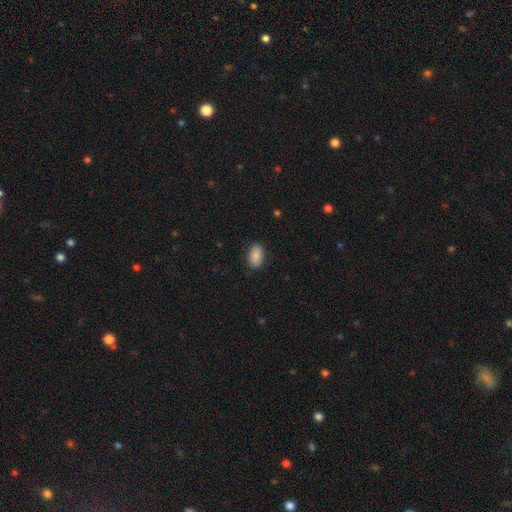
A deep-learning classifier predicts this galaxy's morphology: A smooth galaxy with no disk features (86%) that is in between round and cigar-shaped (91%).

Vote fractions:
- Smooth or featured? smooth: 86% / star or artifact: 7% / featured or disk: 6%
- How rounded? in between: 91% / round: 8% / cigar-shaped: 1%
- Merging? none: 86% / minor disturbance: 11% / major disturbance: 3% / merger: 1%